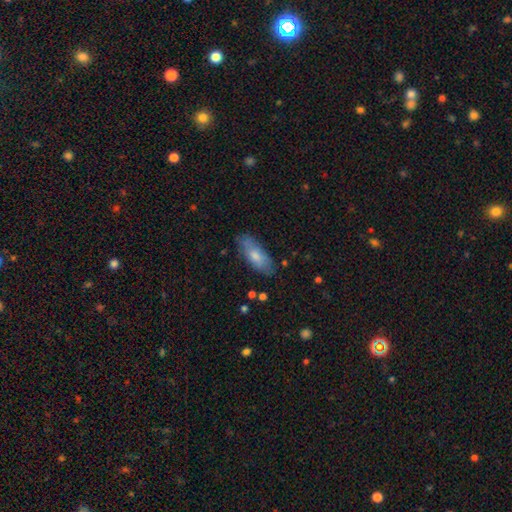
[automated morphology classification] smooth 70%, featured or disk 24%, star or artifact 6%. Down the decision tree: how rounded — in between (74%); merging — none (73%).